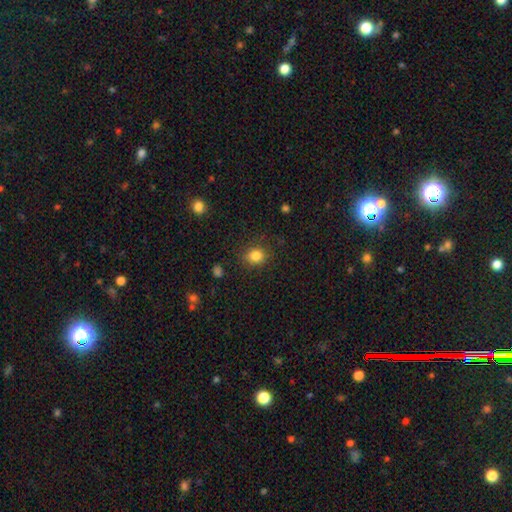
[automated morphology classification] The model was most divided on "how rounded": round: 69%, in between: 30%, cigar-shaped: 1%. More confident: smooth or featured — smooth (83%); merging — none (83%).